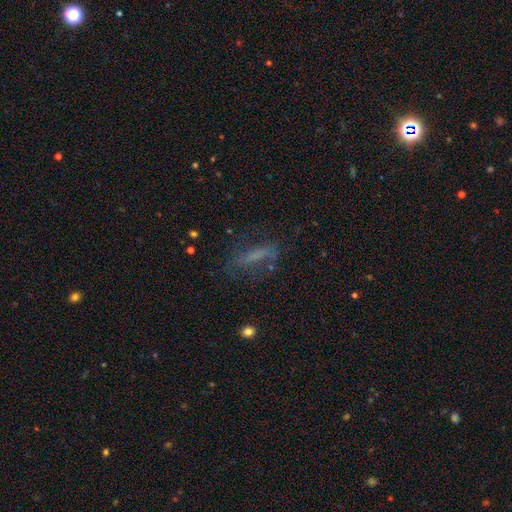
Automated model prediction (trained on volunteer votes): Smooth or featured: smooth — 50% (featured or disk — 32%)
How rounded: cigar-shaped — 72% (in between — 26%)
Merging: none — 63% (minor disturbance — 20%)